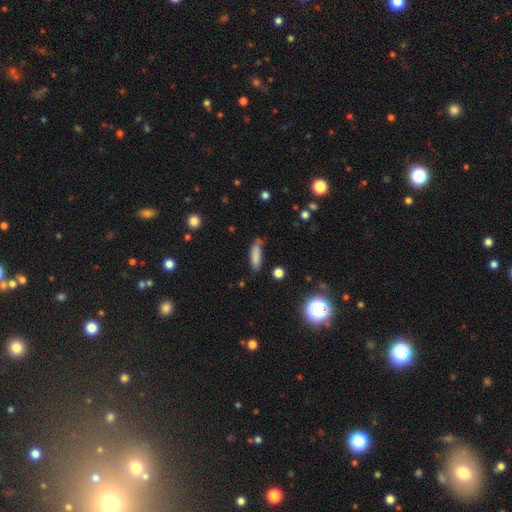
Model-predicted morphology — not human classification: A smooth galaxy with no disk features (82%) that is cigar-shaped (57%). Merging: none (68%).